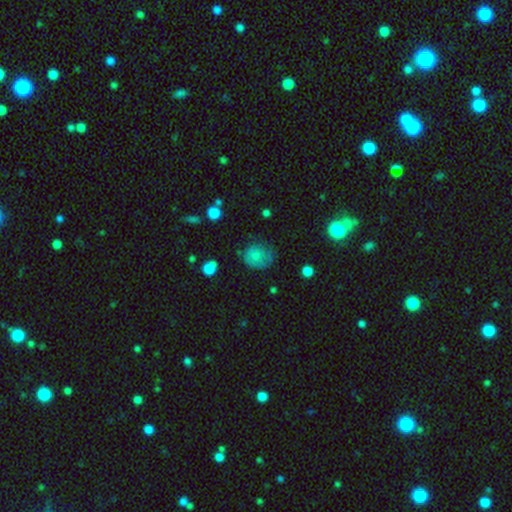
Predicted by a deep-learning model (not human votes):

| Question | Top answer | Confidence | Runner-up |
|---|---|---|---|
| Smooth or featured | smooth | 71% | featured or disk (19%) |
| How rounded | round | 75% | in between (24%) |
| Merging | none | 55% | minor disturbance (29%) |